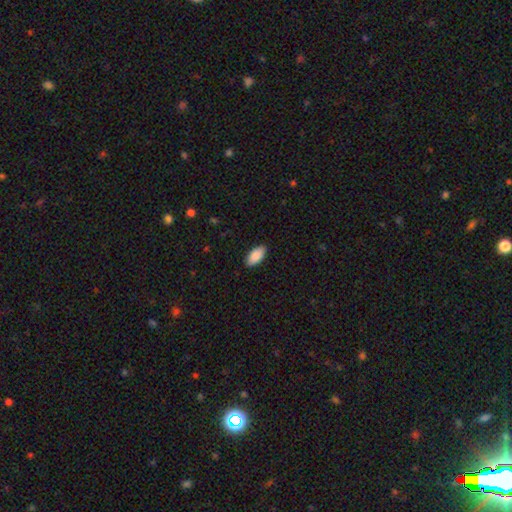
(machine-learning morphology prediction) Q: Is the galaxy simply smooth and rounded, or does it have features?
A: smooth — 90%.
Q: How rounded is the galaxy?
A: in between — 93%.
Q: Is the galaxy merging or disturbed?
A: none — 89%.